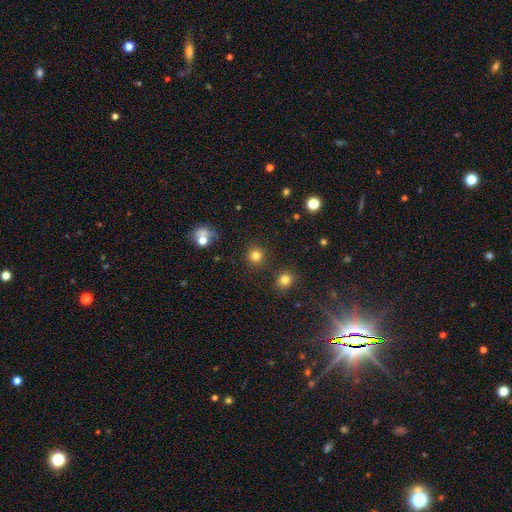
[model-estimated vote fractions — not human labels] smooth_or_featured: smooth (p=0.81) [alt: star or artifact p=0.14]
how_rounded: round (p=0.93) [alt: in between p=0.06]
merging: none (p=0.90) [alt: minor disturbance p=0.06]